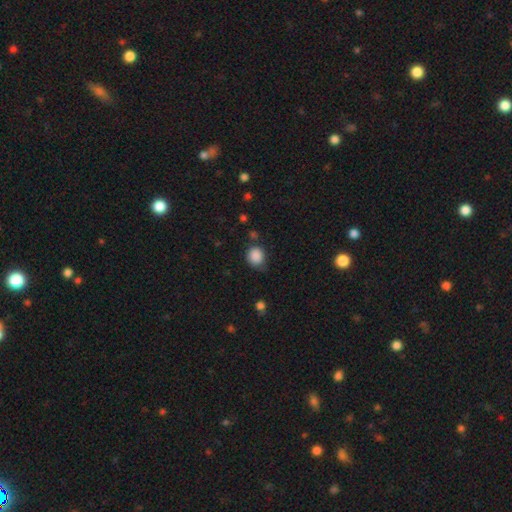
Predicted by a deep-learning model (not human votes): Smooth or featured? smooth (87%)
How rounded? round (76%)
Merging? none (69%)